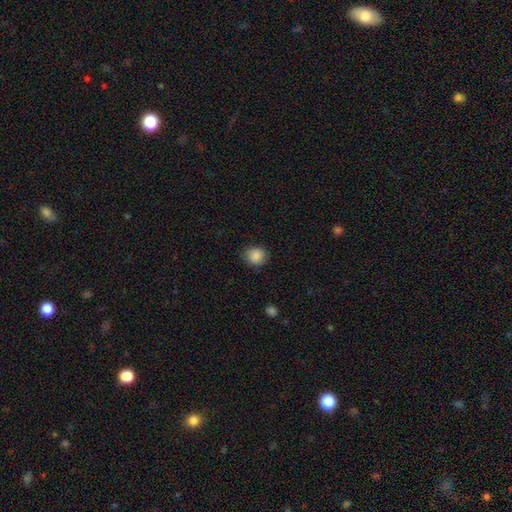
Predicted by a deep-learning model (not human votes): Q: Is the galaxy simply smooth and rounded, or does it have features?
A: smooth — 88%.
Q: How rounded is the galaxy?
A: round — 77%.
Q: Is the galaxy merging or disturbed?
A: none — 84%.